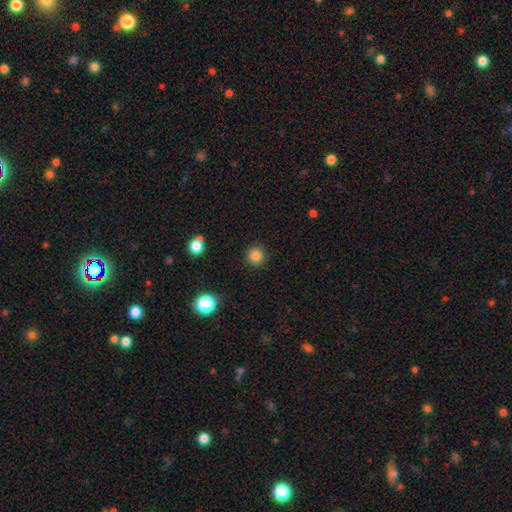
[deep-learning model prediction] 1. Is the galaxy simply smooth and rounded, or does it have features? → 84% smooth, 12% star or artifact, 4% featured or disk.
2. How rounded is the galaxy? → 94% round, 5% in between, 1% cigar-shaped.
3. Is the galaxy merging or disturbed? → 90% none, 6% minor disturbance, 2% major disturbance, 1% merger.